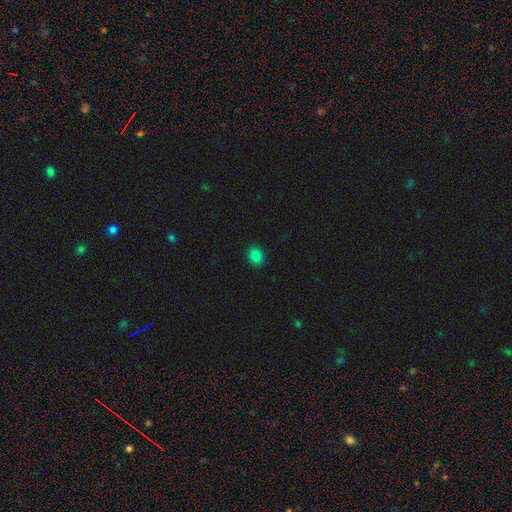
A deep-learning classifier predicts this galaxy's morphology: A smooth galaxy with no disk features (83%) that is round (58%). Merging: none (90%).